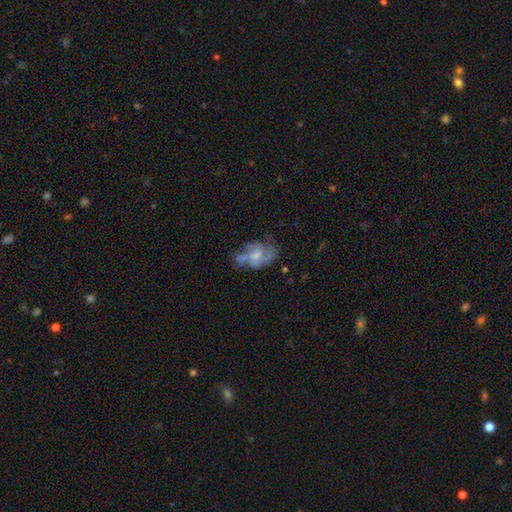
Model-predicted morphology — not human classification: smooth_or_featured: featured or disk (p=0.61) [alt: smooth p=0.30]
disk_edge_on: no (p=0.97) [alt: yes p=0.03]
bar: no (p=0.69) [alt: weak p=0.27]
has_spiral_arms: yes (p=0.59) [alt: no p=0.41]
bulge_size: moderate (p=0.44) [alt: small p=0.33]
merging: none (p=0.40) [alt: major disturbance p=0.27]